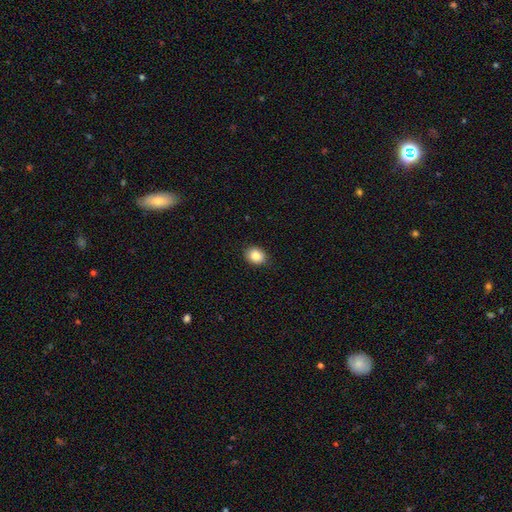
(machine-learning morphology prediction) smooth 86%, star or artifact 9%, featured or disk 5%. Down the decision tree: how rounded — in between (56%); merging — none (88%).